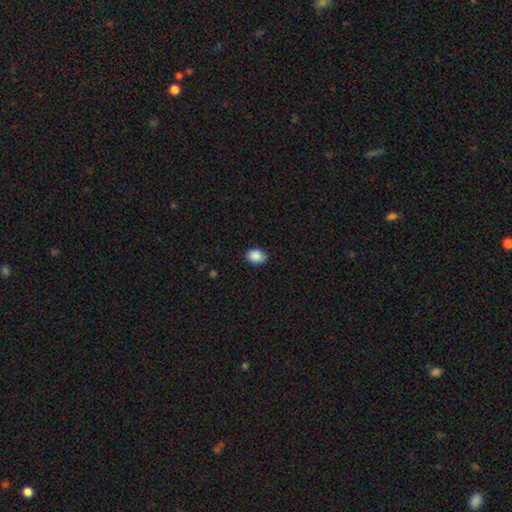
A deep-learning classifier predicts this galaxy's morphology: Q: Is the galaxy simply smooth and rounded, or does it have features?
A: smooth — 89%.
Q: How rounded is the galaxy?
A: in between — 74%.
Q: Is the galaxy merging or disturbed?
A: none — 86%.